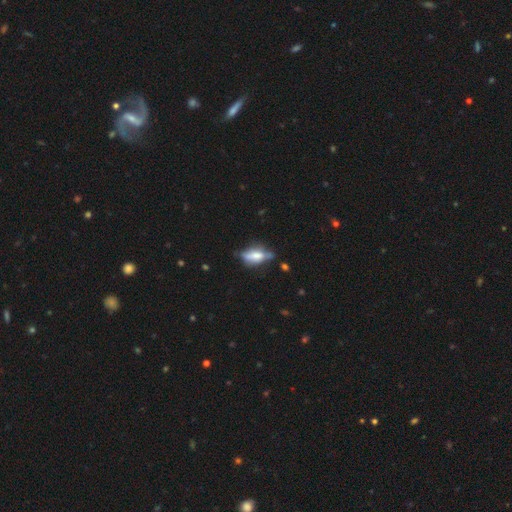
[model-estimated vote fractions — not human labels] A featured or disk galaxy (48%). Merging: none (54%).